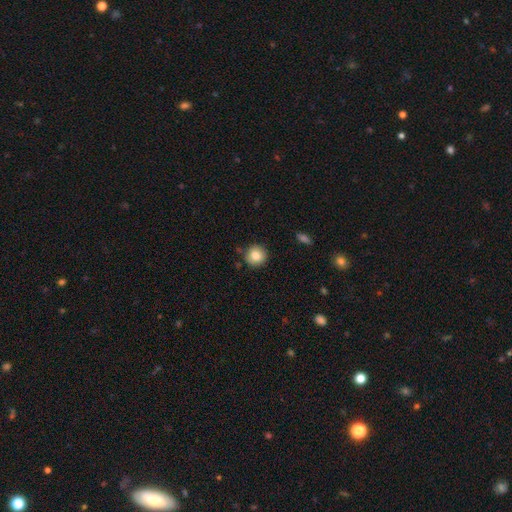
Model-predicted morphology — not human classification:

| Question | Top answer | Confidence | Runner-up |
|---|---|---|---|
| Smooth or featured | smooth | 84% | star or artifact (9%) |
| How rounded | round | 92% | in between (7%) |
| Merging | none | 87% | minor disturbance (9%) |